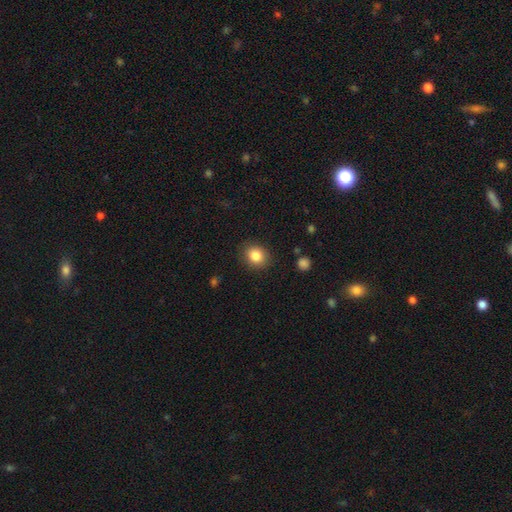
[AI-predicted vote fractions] smooth_or_featured: smooth (p=0.84) [alt: star or artifact p=0.10]
how_rounded: round (p=0.71) [alt: in between p=0.29]
merging: none (p=0.88) [alt: minor disturbance p=0.09]